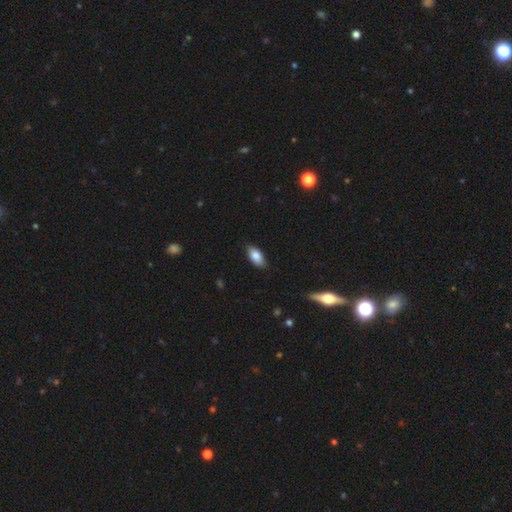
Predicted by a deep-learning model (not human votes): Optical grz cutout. It shows a smooth galaxy with no disk features (82%) that is in between round and cigar-shaped (91%). Merging: none (85%).